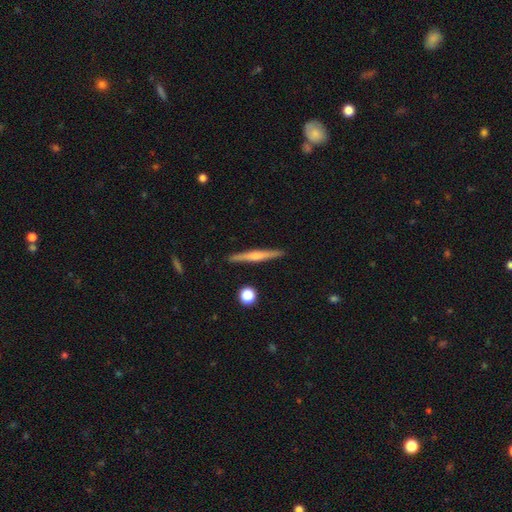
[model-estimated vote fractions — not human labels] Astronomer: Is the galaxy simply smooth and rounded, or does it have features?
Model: featured or disk — 56% (runner-up: smooth, 38%).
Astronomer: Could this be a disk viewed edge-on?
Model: yes — 98%.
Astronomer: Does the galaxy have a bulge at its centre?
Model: rounded — 58%.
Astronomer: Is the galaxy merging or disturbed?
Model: none — 90%.